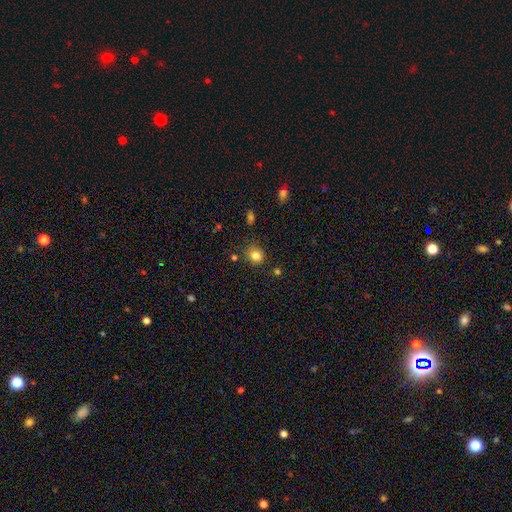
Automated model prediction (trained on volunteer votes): This is clearly a smooth galaxy (82%). How rounded: likely round (71%). Merging: likely none (78%).